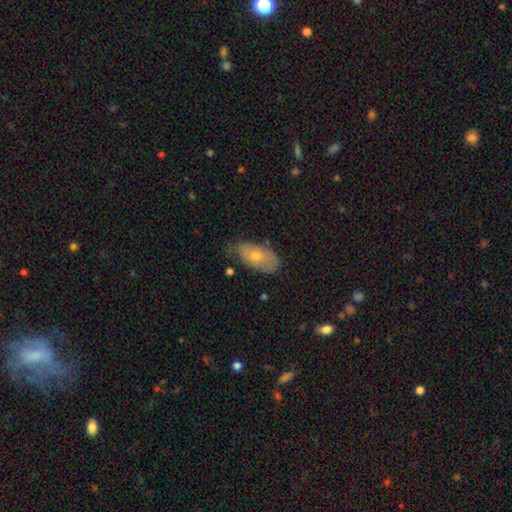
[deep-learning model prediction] Smooth or featured?
  - smooth: 64% *
  - featured or disk: 29%
  - star or artifact: 7%
How rounded?
  - in between: 91% *
  - cigar-shaped: 5%
  - round: 4%
Merging?
  - none: 55% *
  - minor disturbance: 34%
  - major disturbance: 8%
  - merger: 2%